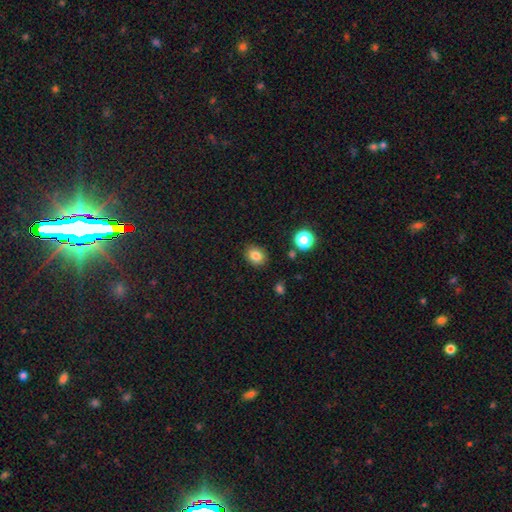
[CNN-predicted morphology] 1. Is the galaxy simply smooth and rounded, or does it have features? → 82% smooth, 11% star or artifact, 7% featured or disk.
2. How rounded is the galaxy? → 51% in between, 48% round, 1% cigar-shaped.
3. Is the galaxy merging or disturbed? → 87% none, 9% minor disturbance, 2% major disturbance, 2% merger.